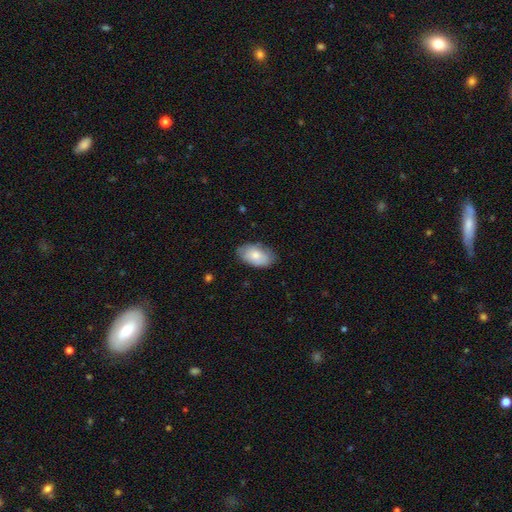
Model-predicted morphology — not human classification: Smooth or featured? smooth (76%)
How rounded? in between (94%)
Merging? none (77%)